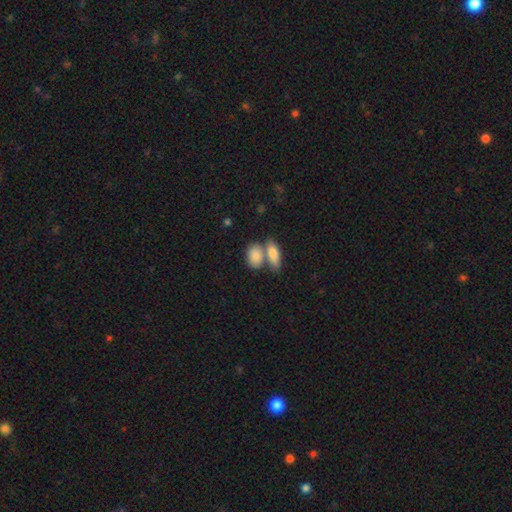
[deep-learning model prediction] Morphology: type=smooth (84%); roundness=in between (85%); merging=merger (47%).